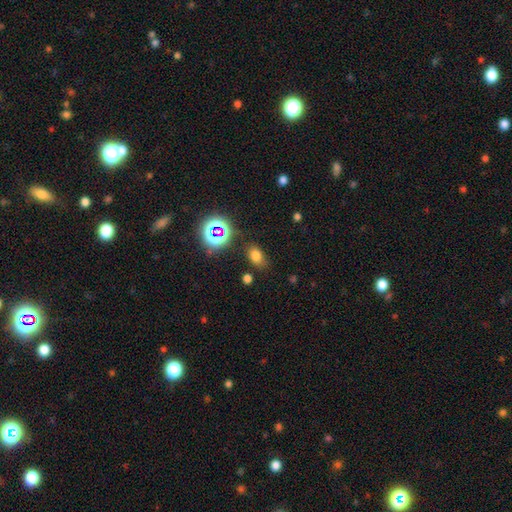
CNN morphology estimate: smooth 70%, star or artifact 22%, featured or disk 8%. Down the decision tree: how rounded — in between (79%); merging — none (75%).